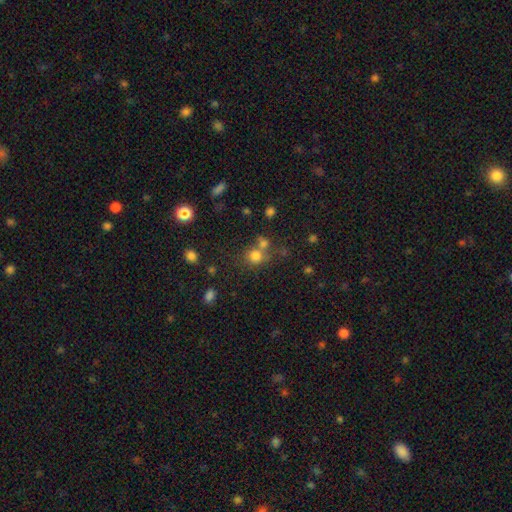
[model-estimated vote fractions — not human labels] A smooth galaxy with no disk features (75%) that is round (82%). Merging: none (53%).